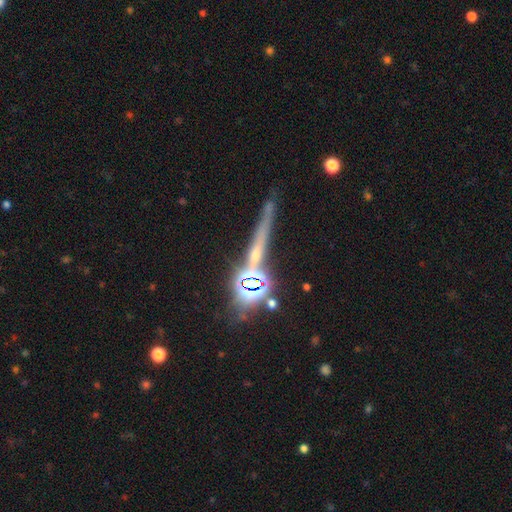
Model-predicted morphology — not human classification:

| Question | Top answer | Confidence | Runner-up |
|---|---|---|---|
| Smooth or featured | star or artifact | 47% | featured or disk (34%) |